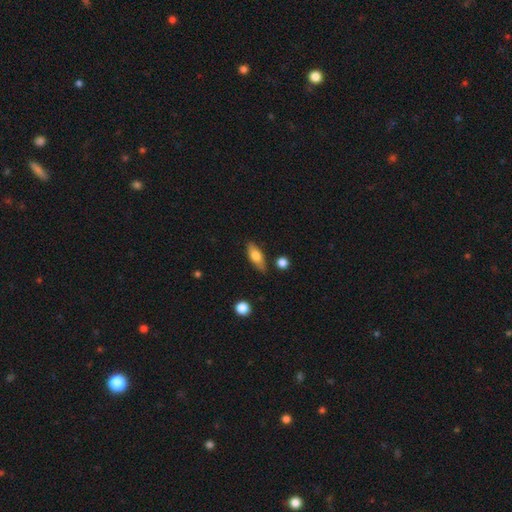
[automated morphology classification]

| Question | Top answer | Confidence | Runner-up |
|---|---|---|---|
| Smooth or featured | smooth | 66% | featured or disk (27%) |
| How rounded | in between | 70% | cigar-shaped (26%) |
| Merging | none | 78% | minor disturbance (15%) |